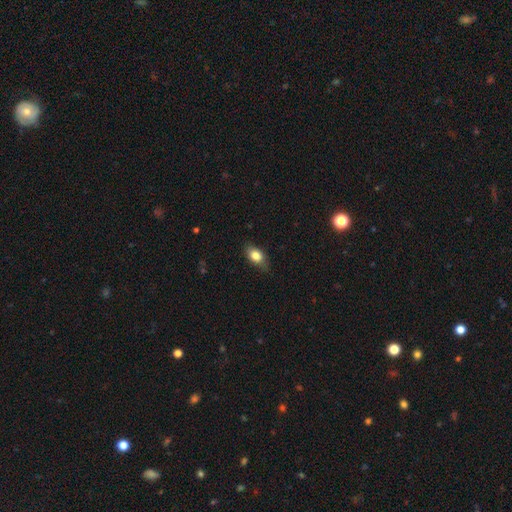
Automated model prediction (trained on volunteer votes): smooth-or-featured: smooth: 81% | featured or disk: 11% | star or artifact: 8%
  how-rounded: in between: 83% | round: 13% | cigar-shaped: 4%
  merging: none: 75% | minor disturbance: 20% | major disturbance: 4% | merger: 1%